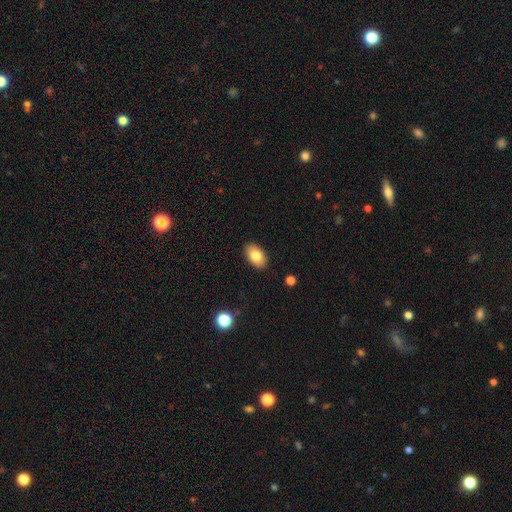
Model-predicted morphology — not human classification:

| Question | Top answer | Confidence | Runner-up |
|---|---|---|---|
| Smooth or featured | smooth | 81% | featured or disk (11%) |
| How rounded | in between | 91% | round (8%) |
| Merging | none | 88% | minor disturbance (8%) |